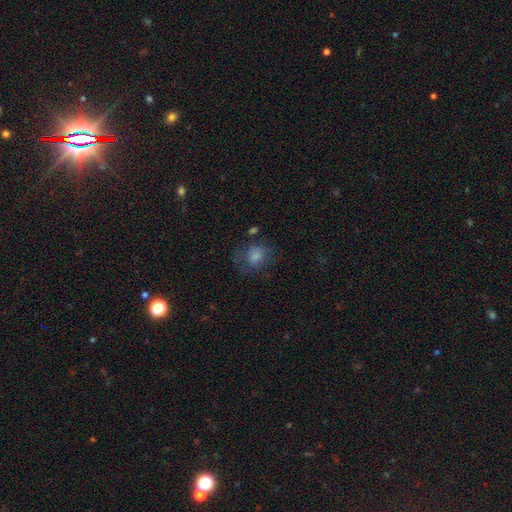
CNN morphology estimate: Smooth or featured? Predicted: smooth (p=0.56). How rounded? Predicted: round (p=0.61). Merging? Predicted: none (p=0.62).